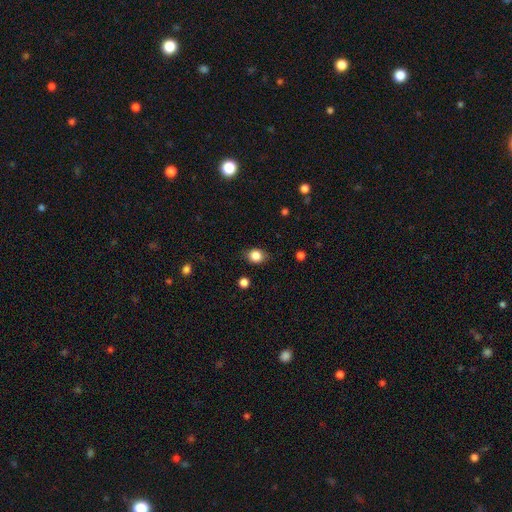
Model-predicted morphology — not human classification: smooth-or-featured: smooth: 84% | star or artifact: 10% | featured or disk: 5%
  how-rounded: round: 61% | in between: 38% | cigar-shaped: 1%
  merging: none: 81% | minor disturbance: 14% | major disturbance: 4% | merger: 1%